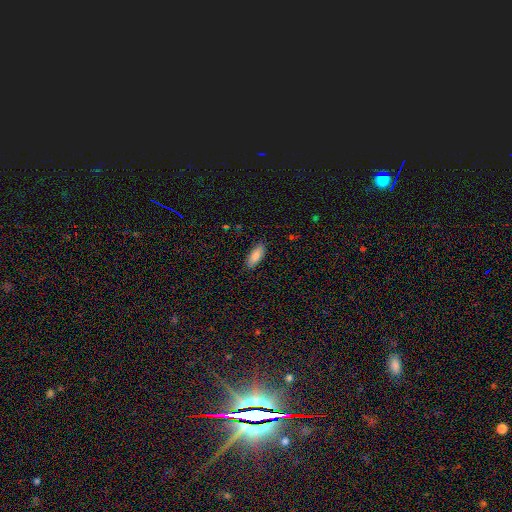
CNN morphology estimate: This appears to be a smooth galaxy with no disk features (87%) that is in between round and cigar-shaped (77%). Merging: none (87%).